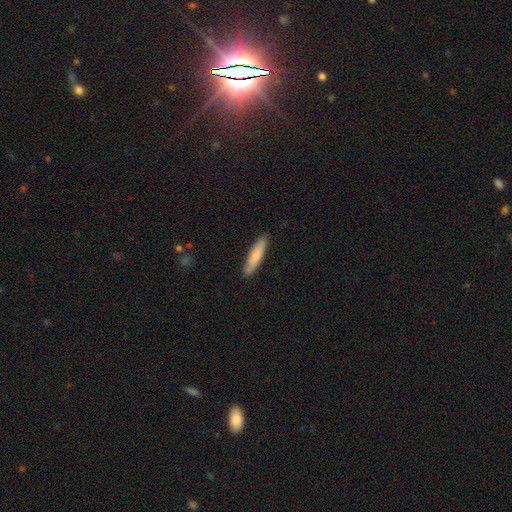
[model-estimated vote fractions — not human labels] This appears to be a smooth galaxy with no disk features (76%) that is cigar-shaped (79%). Merging: none (86%).